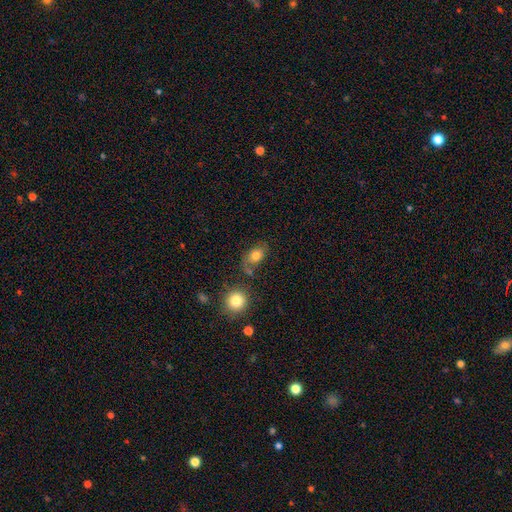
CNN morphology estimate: Smooth or featured: smooth — 76% (featured or disk — 14%)
How rounded: in between — 74% (round — 25%)
Merging: none — 60% (minor disturbance — 19%)